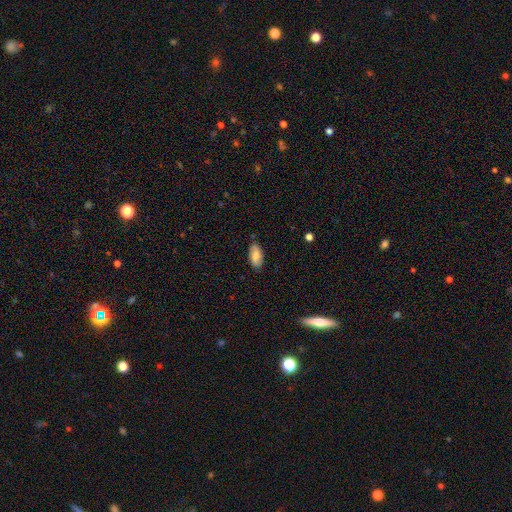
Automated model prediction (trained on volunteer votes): Smooth or featured: smooth — 72% (featured or disk — 21%)
How rounded: in between — 92% (cigar-shaped — 5%)
Merging: none — 81% (minor disturbance — 15%)